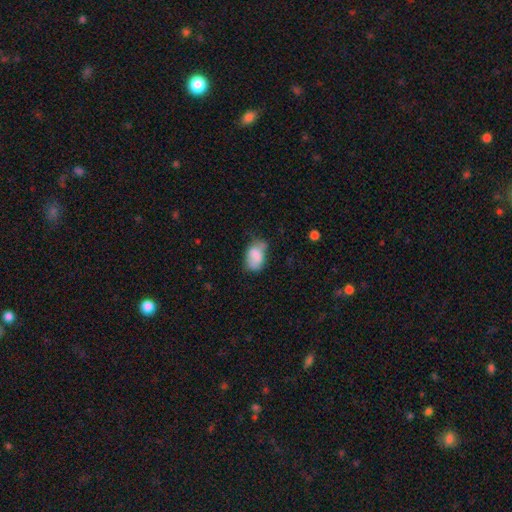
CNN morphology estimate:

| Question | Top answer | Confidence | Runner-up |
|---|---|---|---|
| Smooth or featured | smooth | 73% | featured or disk (19%) |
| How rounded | in between | 87% | round (11%) |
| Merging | none | 40% | minor disturbance (36%) |